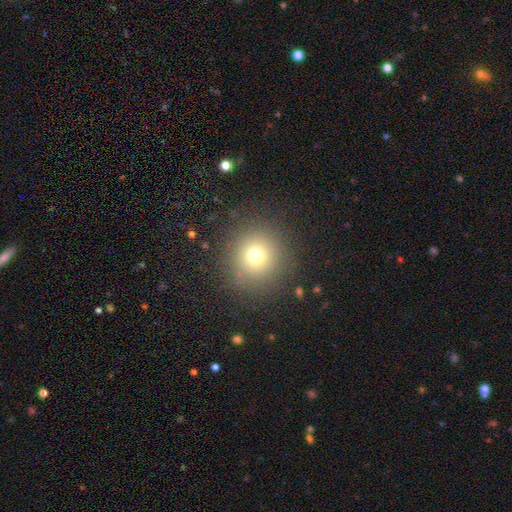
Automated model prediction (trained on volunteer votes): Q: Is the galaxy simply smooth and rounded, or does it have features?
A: smooth — 71%.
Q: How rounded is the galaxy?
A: round — 94%.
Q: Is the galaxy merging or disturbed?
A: none — 87%.